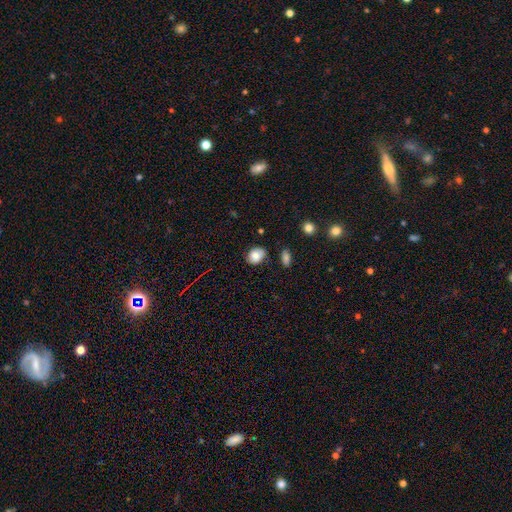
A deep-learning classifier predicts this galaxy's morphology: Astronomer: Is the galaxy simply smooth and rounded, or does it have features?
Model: smooth — 79%.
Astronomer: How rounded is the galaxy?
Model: in between — 56% (runner-up: round, 42%).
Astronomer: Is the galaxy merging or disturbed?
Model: none — 72%.